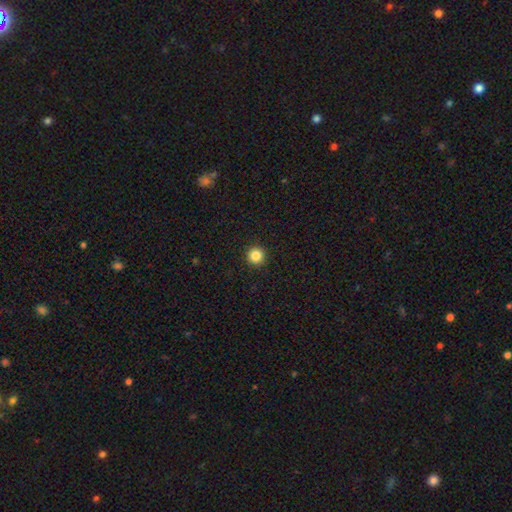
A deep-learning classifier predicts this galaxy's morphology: The model was most divided on "smooth or featured": smooth: 84%, star or artifact: 12%, featured or disk: 4%. More confident: how rounded — round (96%); merging — none (94%).